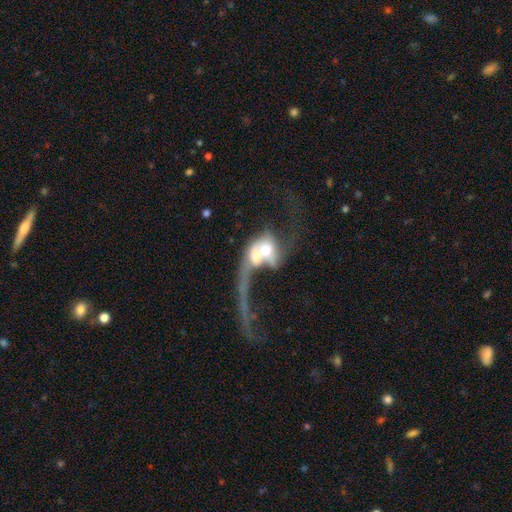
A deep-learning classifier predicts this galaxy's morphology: This is possibly a featured or disk galaxy (46%). Merging: likely merger (67%).